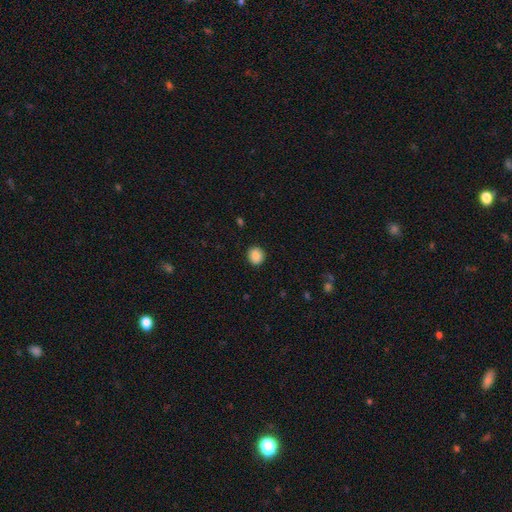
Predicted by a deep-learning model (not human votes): Smooth or featured?
  - smooth: 87% *
  - star or artifact: 8%
  - featured or disk: 4%
How rounded?
  - round: 82% *
  - in between: 17%
  - cigar-shaped: 1%
Merging?
  - none: 90% *
  - minor disturbance: 7%
  - major disturbance: 2%
  - merger: 1%